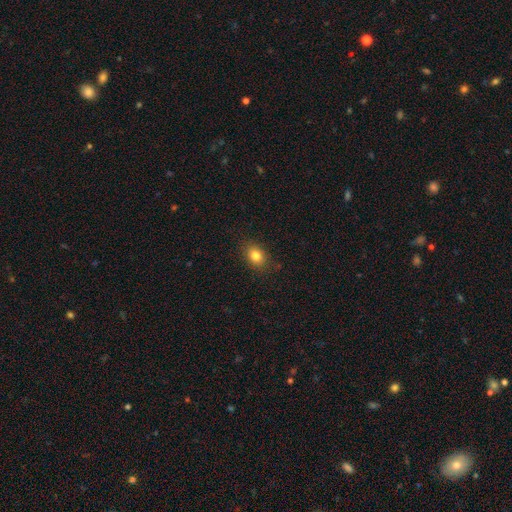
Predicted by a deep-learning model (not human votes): smooth 82%, star or artifact 11%, featured or disk 8%. Down the decision tree: how rounded — in between (61%); merging — none (86%).